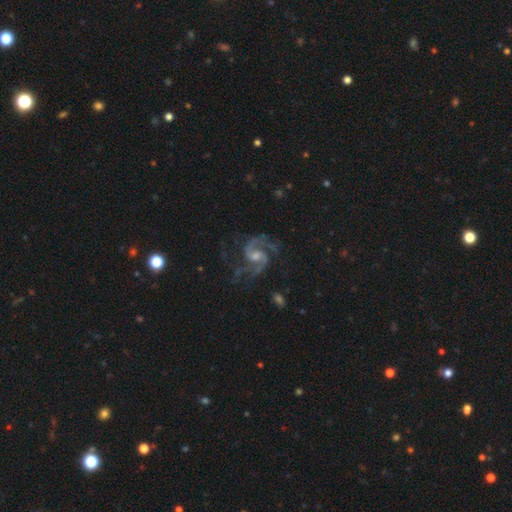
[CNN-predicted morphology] Smooth or featured?
  - featured or disk: 92% *
  - star or artifact: 5%
  - smooth: 3%
Edge-on disk?
  - no: 98% *
  - yes: 2%
Bar?
  - weak: 51% *
  - no: 35%
  - strong: 14%
Spiral arms?
  - yes: 98% *
  - no: 2%
Spiral winding?
  - medium: 64% *
  - loose: 20%
  - tight: 16%
Spiral arm count?
  - 2: 85% *
  - 3: 7%
  - can't tell: 3%
  - 4: 2%
  - 1: 2%
  - more than 4: 2%
Bulge size?
  - moderate: 45% *
  - small: 42%
  - none: 8%
  - large: 4%
  - dominant: 1%
Merging?
  - none: 72% *
  - minor disturbance: 16%
  - major disturbance: 11%
  - merger: 2%